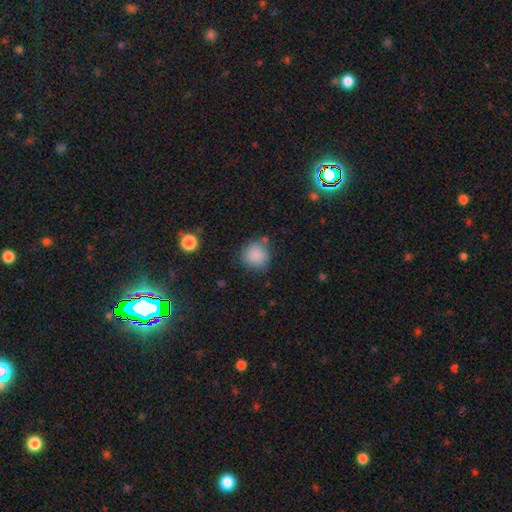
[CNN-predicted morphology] A smooth galaxy with no disk features (87%) that is round (90%). Merging: none (76%).